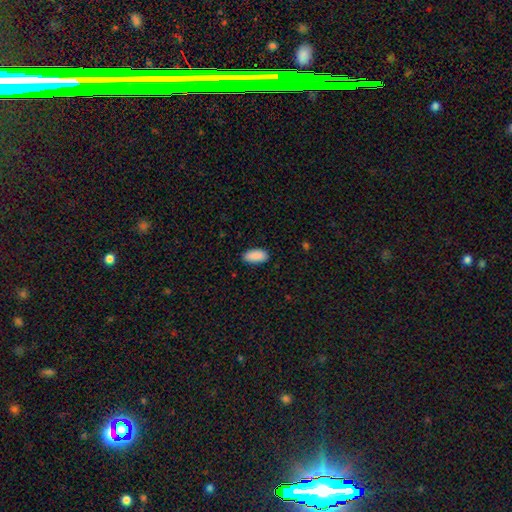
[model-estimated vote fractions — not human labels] Morphology: type=smooth (91%); roundness=in between (93%); merging=none (88%).